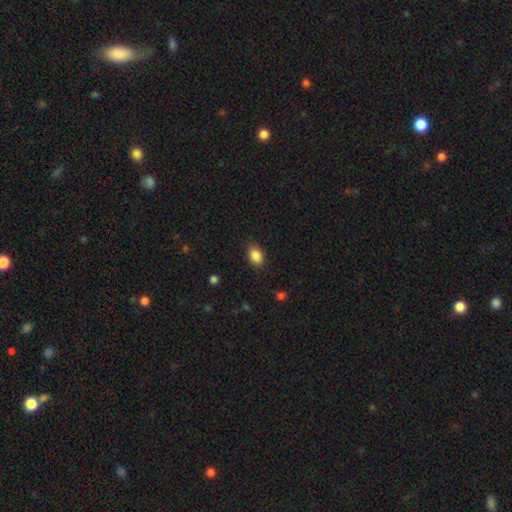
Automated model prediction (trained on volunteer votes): Smooth or featured: smooth — 87% (star or artifact — 8%)
How rounded: in between — 80% (round — 19%)
Merging: none — 86% (minor disturbance — 11%)